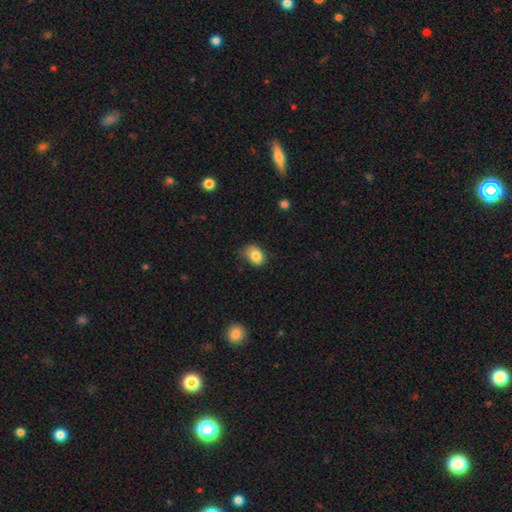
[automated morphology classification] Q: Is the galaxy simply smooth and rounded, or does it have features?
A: smooth — 84%.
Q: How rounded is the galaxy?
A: in between — 67%.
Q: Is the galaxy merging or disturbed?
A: none — 60%.